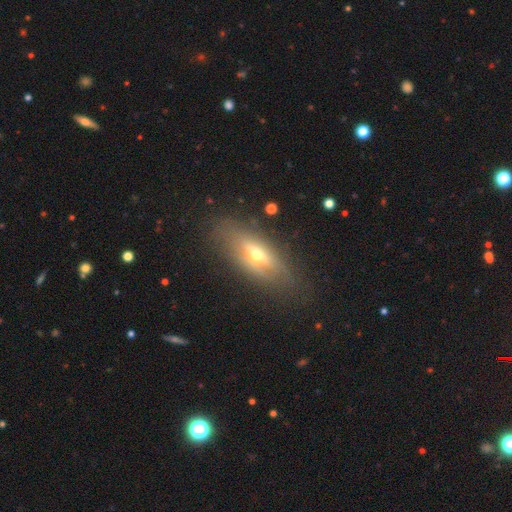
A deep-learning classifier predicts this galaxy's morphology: The model was most divided on "smooth or featured": featured or disk: 57%, smooth: 35%, star or artifact: 8%. More confident: merging — none (75%); edge-on disk — yes (62%).